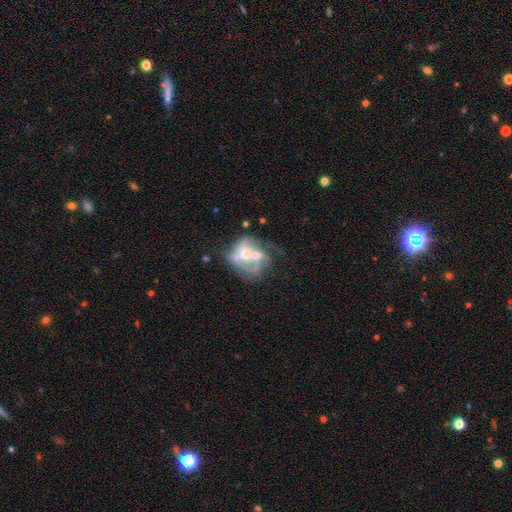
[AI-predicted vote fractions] featured or disk 64%, smooth 28%, star or artifact 8%. Down the decision tree: edge-on disk — no (97%); bar — no (74%); spiral arms — no (54%); bulge size — moderate (66%); merging — merger (55%).